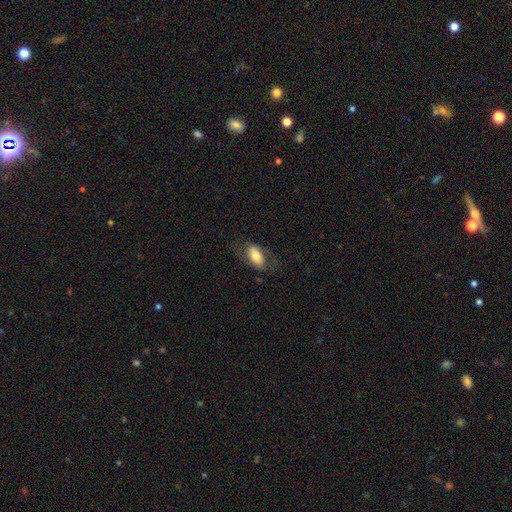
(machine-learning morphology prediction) Overall: smooth (68%). How rounded: in between (91%). Merging: none (67%).